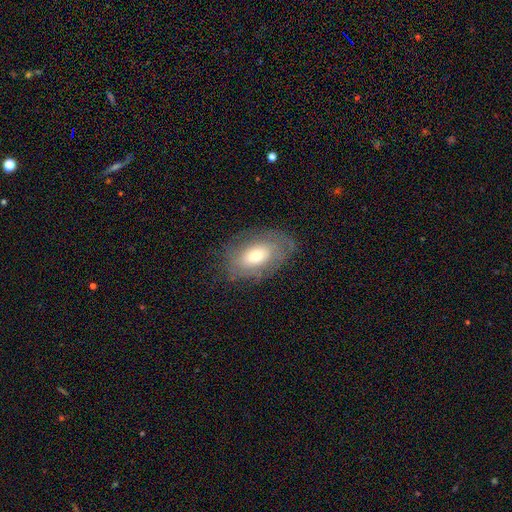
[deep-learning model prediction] Smooth or featured: smooth — 47% (featured or disk — 44%)
Merging: none — 72% (minor disturbance — 19%)